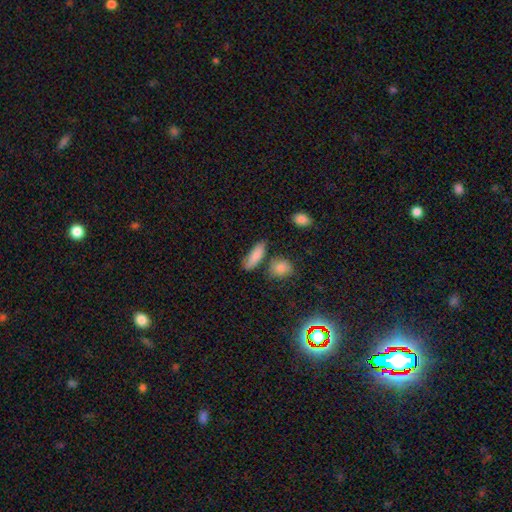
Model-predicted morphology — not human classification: This is clearly a smooth galaxy (83%). How rounded: likely in between (61%). Merging: likely none (68%).